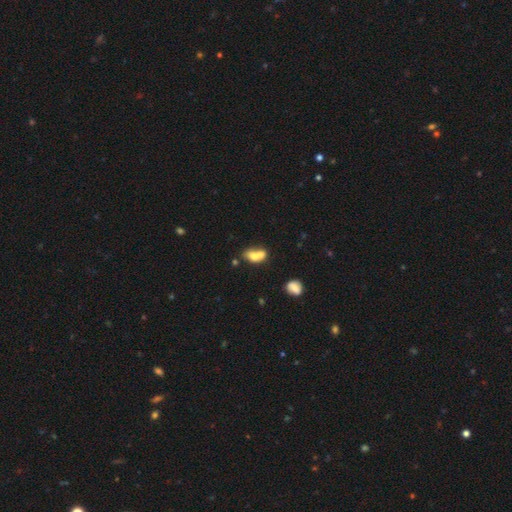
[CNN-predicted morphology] smooth-or-featured: smooth: 69% | featured or disk: 22% | star or artifact: 10%
  how-rounded: in between: 71% | round: 24% | cigar-shaped: 5%
  merging: merger: 63% | none: 22% | minor disturbance: 9% | major disturbance: 6%